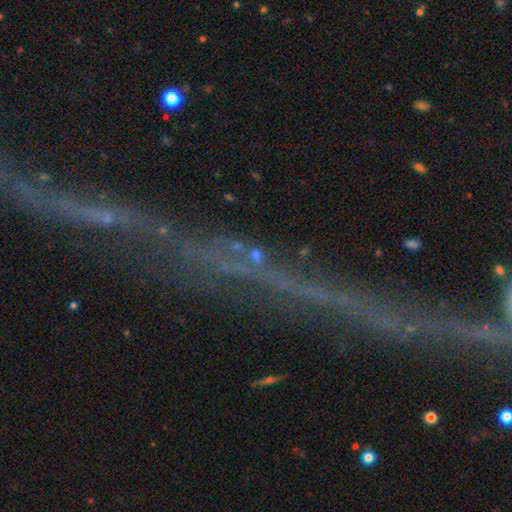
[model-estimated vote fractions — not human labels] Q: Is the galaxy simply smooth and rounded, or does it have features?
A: star or artifact — 52%.